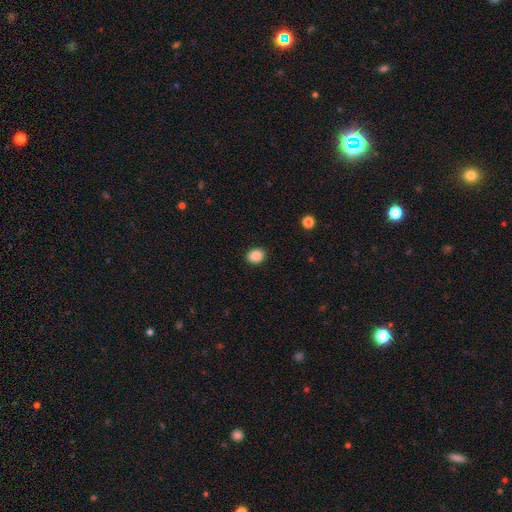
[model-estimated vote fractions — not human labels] This appears to be a smooth galaxy with no disk features (89%) that is round (51%). Merging: none (90%).